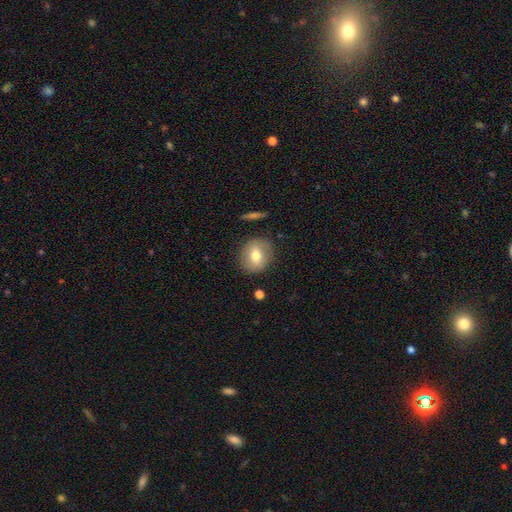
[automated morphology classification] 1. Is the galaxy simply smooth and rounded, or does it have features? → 67% smooth, 25% featured or disk, 8% star or artifact.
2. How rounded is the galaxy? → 76% round, 23% in between, 1% cigar-shaped.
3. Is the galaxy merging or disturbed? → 85% none, 11% minor disturbance, 3% major disturbance, 2% merger.